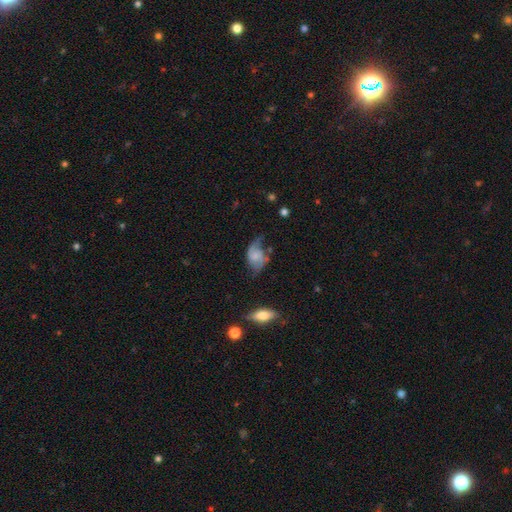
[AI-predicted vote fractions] Smooth or featured: featured or disk — 62% (smooth — 30%)
Edge-on disk: no — 96% (yes — 4%)
Bar: no — 56% (weak — 36%)
Spiral arms: yes — 88% (no — 12%)
Spiral winding: loose — 57% (medium — 32%)
Spiral arm count: 2 — 84% (1 — 7%)
Bulge size: small — 41% (none — 29%)
Merging: none — 43% (minor disturbance — 31%)